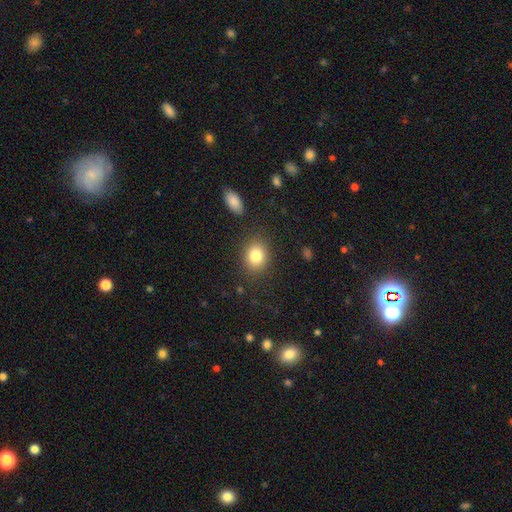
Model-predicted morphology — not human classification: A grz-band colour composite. It shows a smooth galaxy with no disk features (82%) that is round (53%). Merging: none (84%).